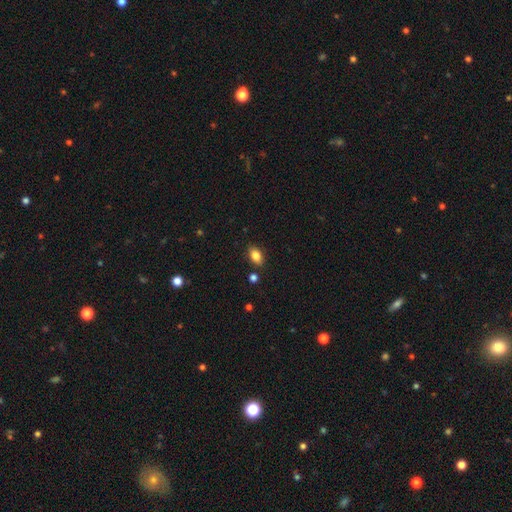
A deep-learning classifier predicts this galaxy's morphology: This appears to be a smooth galaxy with no disk features (84%) that is in between round and cigar-shaped (87%). Merging: none (84%).